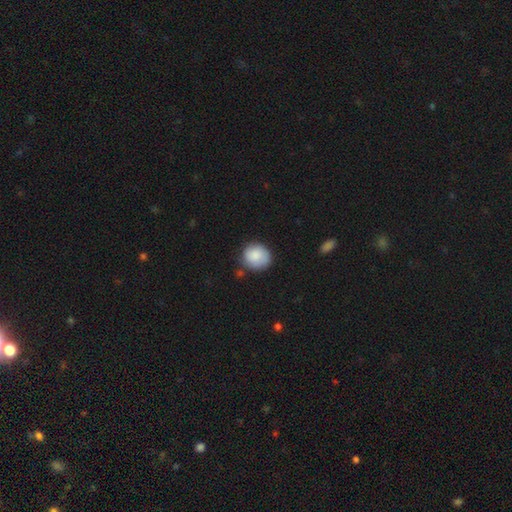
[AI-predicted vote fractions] Overall: smooth (85%). How rounded: round (86%). Merging: none (73%).